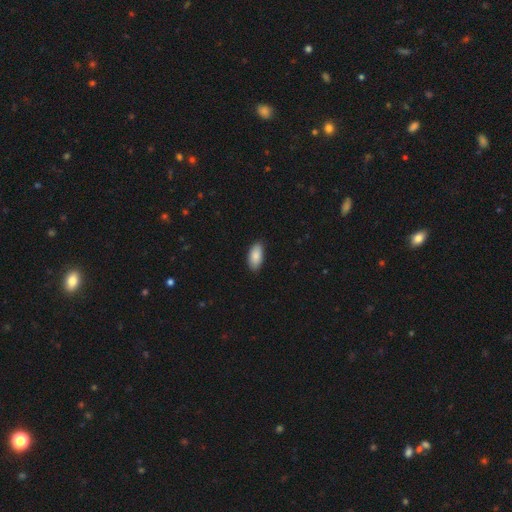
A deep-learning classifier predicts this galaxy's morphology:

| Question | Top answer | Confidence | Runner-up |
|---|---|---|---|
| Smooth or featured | smooth | 89% | star or artifact (6%) |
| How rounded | in between | 93% | cigar-shaped (5%) |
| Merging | none | 87% | minor disturbance (10%) |